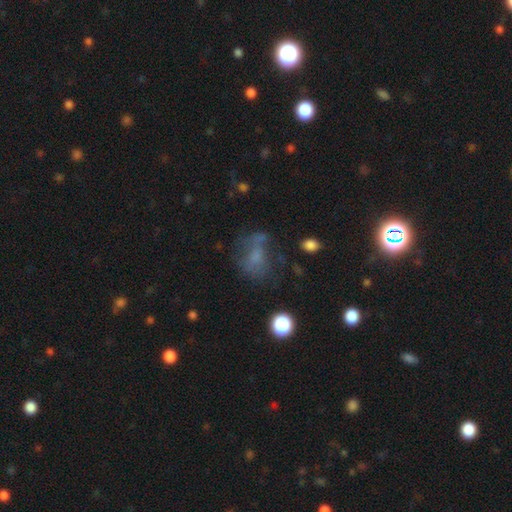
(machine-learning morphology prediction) Smooth or featured? Predicted: smooth (p=0.46). Merging? Predicted: none (p=0.44).